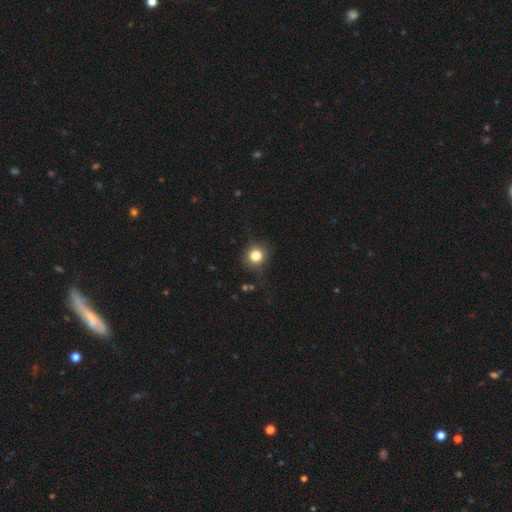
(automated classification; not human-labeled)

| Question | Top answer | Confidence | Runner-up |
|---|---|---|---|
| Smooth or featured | smooth | 82% | star or artifact (12%) |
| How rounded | round | 88% | in between (11%) |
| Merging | none | 83% | minor disturbance (12%) |